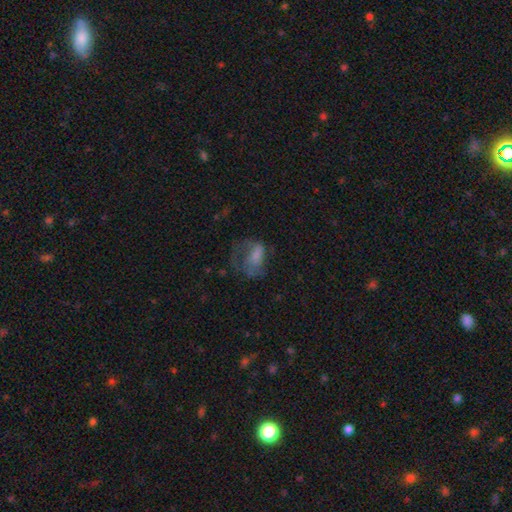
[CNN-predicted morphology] Smooth or featured? Predicted: featured or disk (p=0.44). Merging? Predicted: major disturbance (p=0.41).